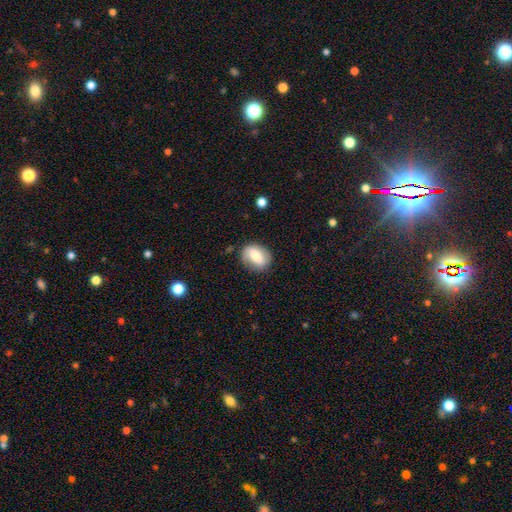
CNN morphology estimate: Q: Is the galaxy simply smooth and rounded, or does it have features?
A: smooth — 67%.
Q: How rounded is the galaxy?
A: in between — 68%.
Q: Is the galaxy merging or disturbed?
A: none — 75%.